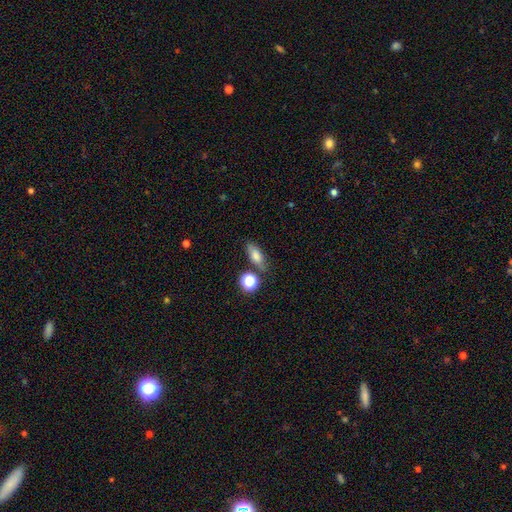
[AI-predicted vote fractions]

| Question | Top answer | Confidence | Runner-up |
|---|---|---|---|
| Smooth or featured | smooth | 72% | featured or disk (16%) |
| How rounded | in between | 69% | cigar-shaped (19%) |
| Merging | none | 71% | minor disturbance (15%) |